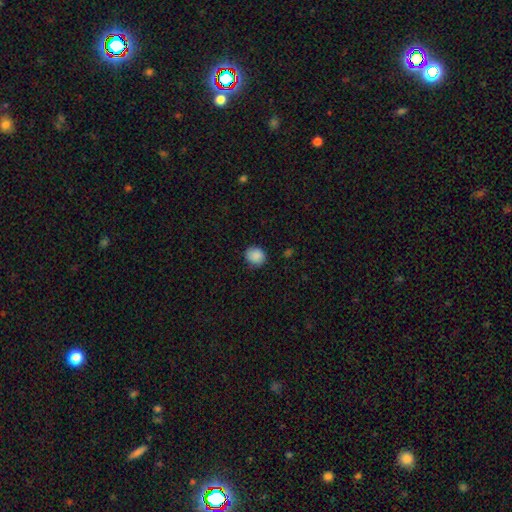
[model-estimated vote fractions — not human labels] Smooth or featured?
  - smooth: 88% *
  - star or artifact: 8%
  - featured or disk: 4%
How rounded?
  - round: 78% *
  - in between: 22%
  - cigar-shaped: 1%
Merging?
  - none: 83% *
  - minor disturbance: 13%
  - major disturbance: 3%
  - merger: 1%